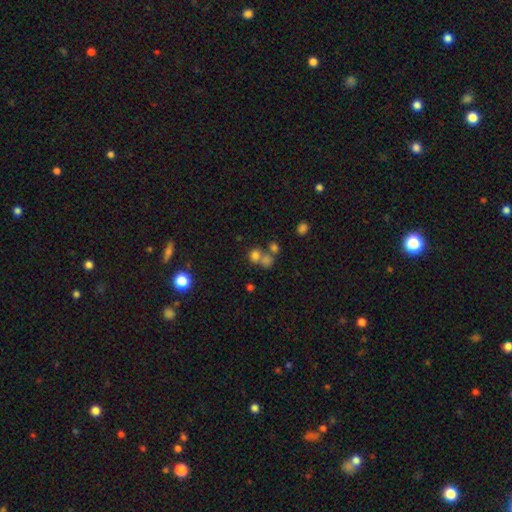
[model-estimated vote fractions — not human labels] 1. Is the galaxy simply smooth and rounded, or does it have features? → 56% smooth, 29% star or artifact, 15% featured or disk.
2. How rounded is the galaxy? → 77% round, 21% in between, 2% cigar-shaped.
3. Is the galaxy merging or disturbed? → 45% none, 42% merger, 7% minor disturbance, 5% major disturbance.